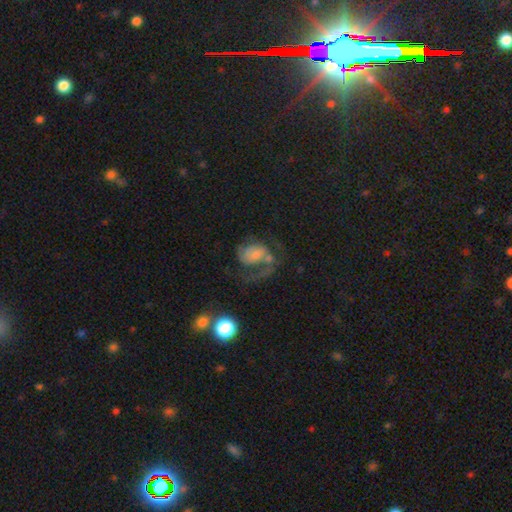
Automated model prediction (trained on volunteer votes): A featured or disk galaxy (62%) with no bar (67%), spiral arms (79%) and a small central bulge (51%). Merging: major disturbance (44%).